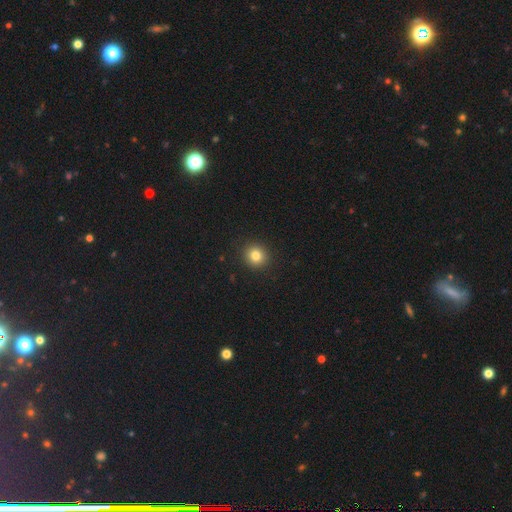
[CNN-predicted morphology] A smooth galaxy with no disk features (82%) that is round (91%). Merging: none (92%).